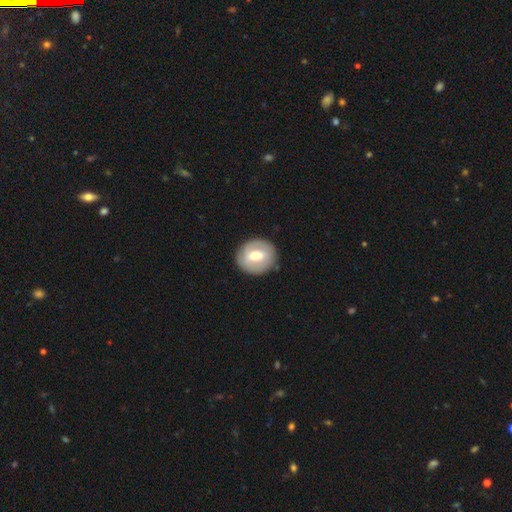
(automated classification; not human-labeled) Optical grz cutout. It shows a featured or disk galaxy (48%). Merging: none (85%).